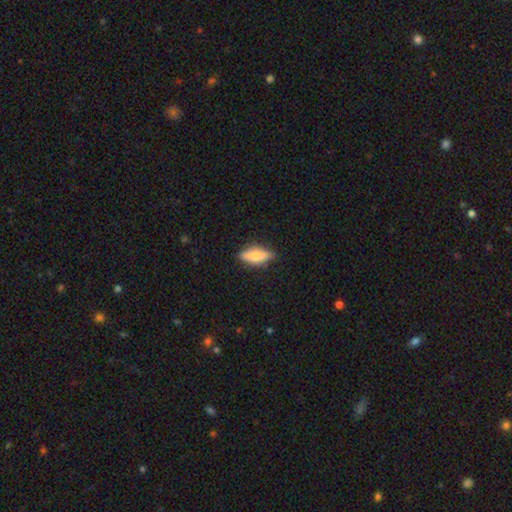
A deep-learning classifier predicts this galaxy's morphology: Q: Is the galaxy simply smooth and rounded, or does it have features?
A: smooth — 65%.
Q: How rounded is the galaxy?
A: cigar-shaped — 50%.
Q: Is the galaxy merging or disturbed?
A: none — 83%.